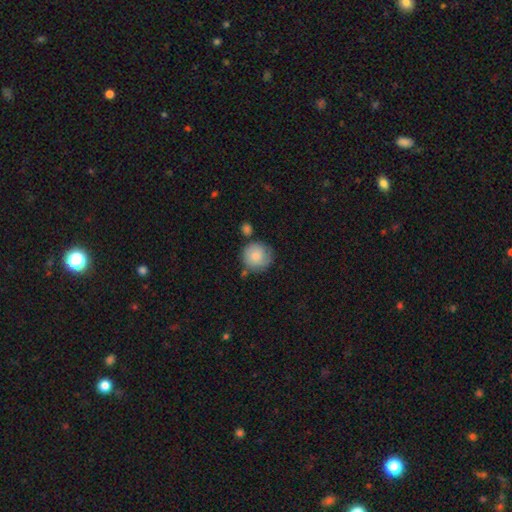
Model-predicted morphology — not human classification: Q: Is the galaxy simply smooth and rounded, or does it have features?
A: smooth — 82%.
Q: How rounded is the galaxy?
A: round — 92%.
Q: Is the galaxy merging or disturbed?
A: none — 67%.